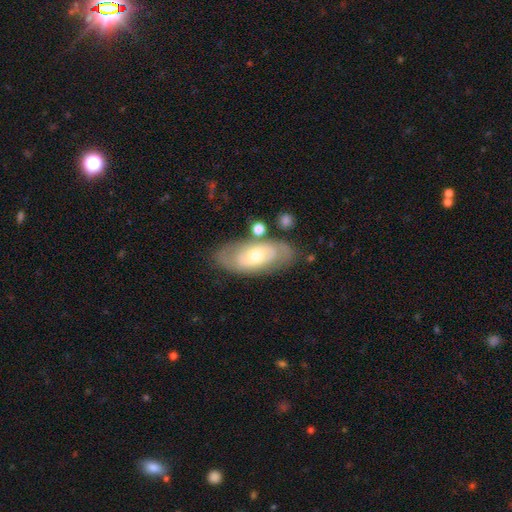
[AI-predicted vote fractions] Smooth or featured: featured or disk — 68% (smooth — 27%)
Edge-on disk: no — 91% (yes — 9%)
Bar: no — 61% (weak — 29%)
Spiral arms: yes — 70% (no — 30%)
Bulge size: moderate — 58% (small — 34%)
Merging: none — 71% (minor disturbance — 16%)